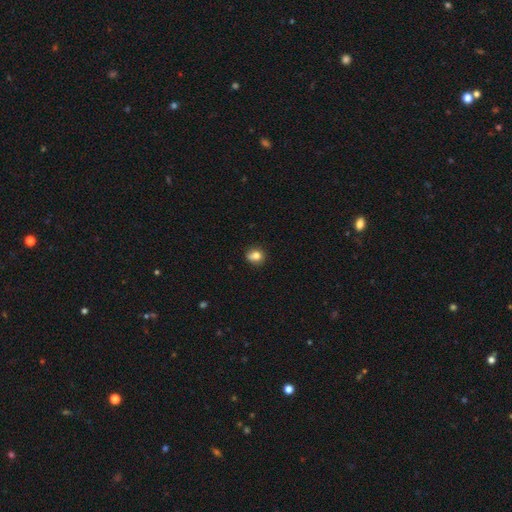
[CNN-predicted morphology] The model was most divided on "how rounded": round: 63%, in between: 35%, cigar-shaped: 1%. More confident: smooth or featured — smooth (79%); merging — none (71%).